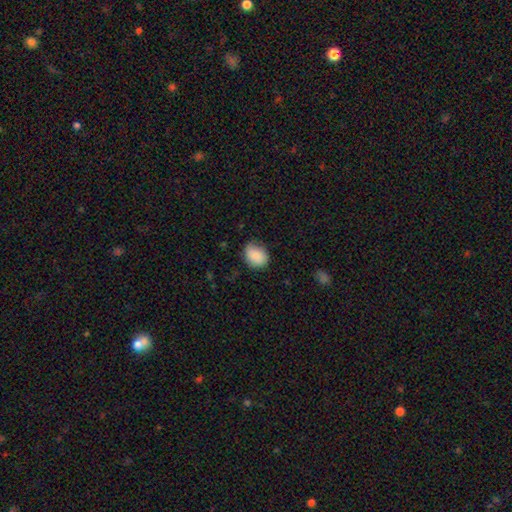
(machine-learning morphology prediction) Smooth or featured?
  - smooth: 87% *
  - star or artifact: 7%
  - featured or disk: 6%
How rounded?
  - in between: 55% *
  - round: 44%
  - cigar-shaped: 1%
Merging?
  - none: 73% *
  - minor disturbance: 21%
  - major disturbance: 5%
  - merger: 1%